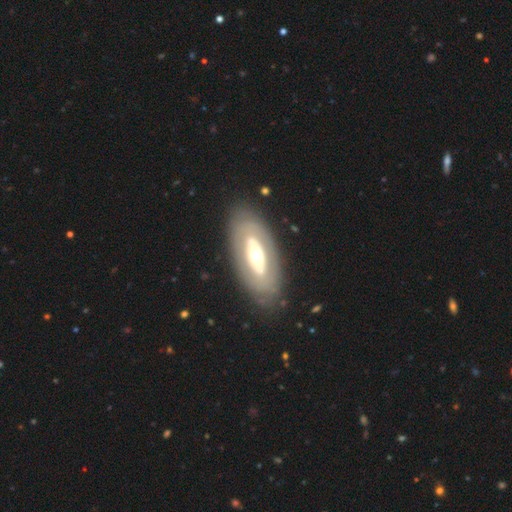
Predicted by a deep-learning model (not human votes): smooth_or_featured: featured or disk (p=0.62) [alt: smooth p=0.33]
disk_edge_on: no (p=0.86) [alt: yes p=0.14]
bar: no (p=0.75) [alt: weak p=0.13]
has_spiral_arms: no (p=0.85) [alt: yes p=0.15]
bulge_size: moderate (p=0.64) [alt: large p=0.20]
merging: none (p=0.82) [alt: minor disturbance p=0.11]